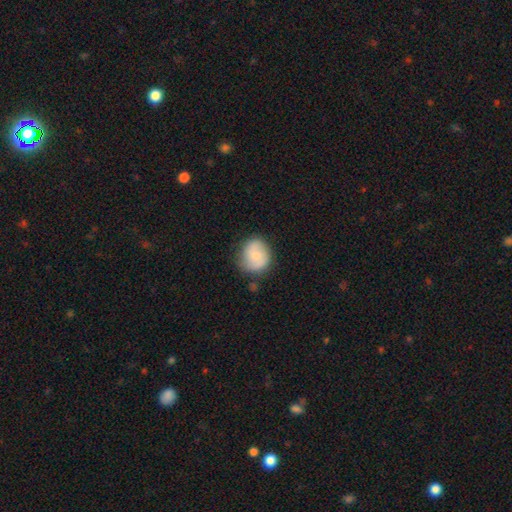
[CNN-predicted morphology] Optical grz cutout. It shows a smooth galaxy with no disk features (66%) that is round (78%). Merging: none (72%).